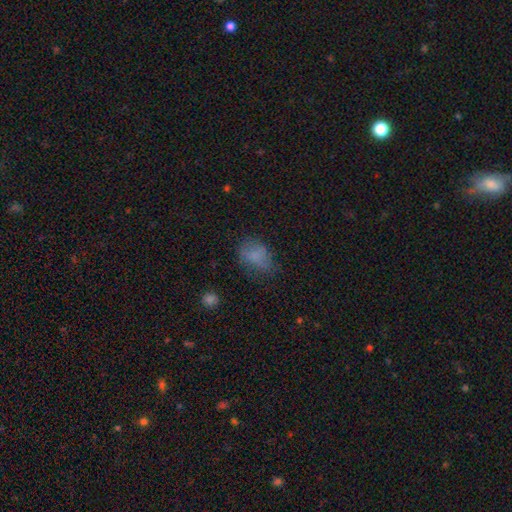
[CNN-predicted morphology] smooth 72%, featured or disk 15%, star or artifact 13%. Down the decision tree: how rounded — in between (77%); merging — none (50%).